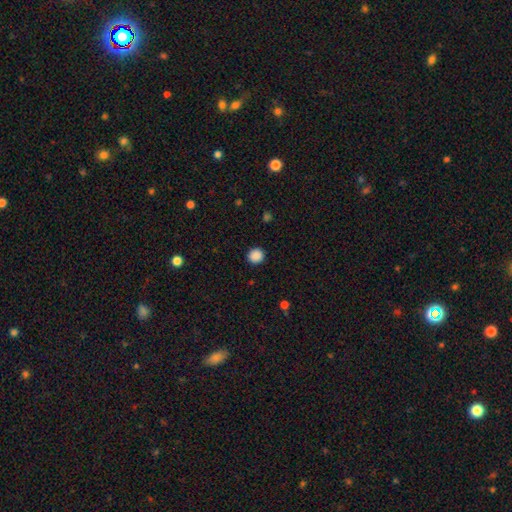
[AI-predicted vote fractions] A smooth galaxy with no disk features (88%) that is round (92%).

Vote fractions:
- Smooth or featured? smooth: 88% / star or artifact: 10% / featured or disk: 2%
- How rounded? round: 92% / in between: 7% / cigar-shaped: 1%
- Merging? none: 92% / minor disturbance: 5% / major disturbance: 2% / merger: 1%